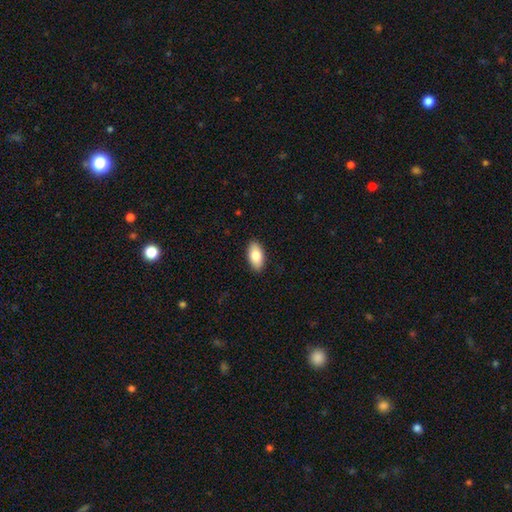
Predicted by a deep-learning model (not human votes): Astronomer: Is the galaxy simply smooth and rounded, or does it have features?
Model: smooth — 83%.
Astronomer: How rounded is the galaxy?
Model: in between — 93%.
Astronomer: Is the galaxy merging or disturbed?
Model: none — 90%.